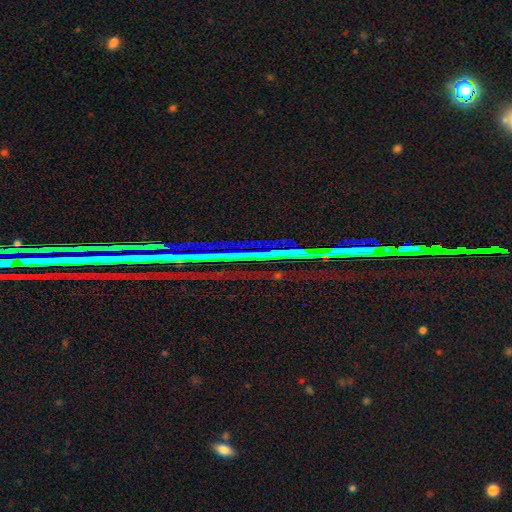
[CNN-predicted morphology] This is clearly a star or artifact rather than a galaxy (83%).